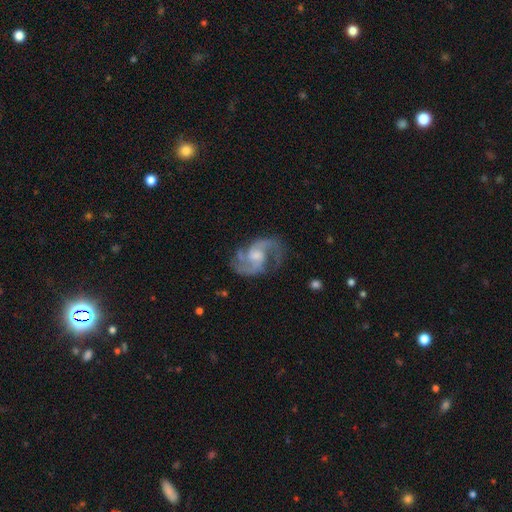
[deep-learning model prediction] This appears to be a featured or disk galaxy (90%) with no bar (49%), 2 (69%) medium (57%) spiral arms (97%) and a moderate central bulge (46%). Merging: none (69%).